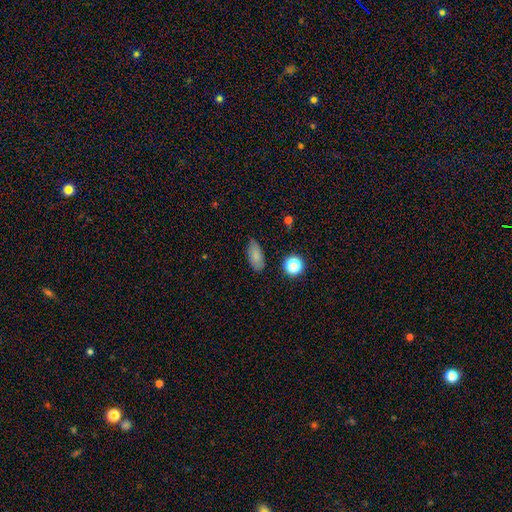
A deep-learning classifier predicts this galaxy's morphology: type=smooth (81%); roundness=in between (85%); merging=none (81%).